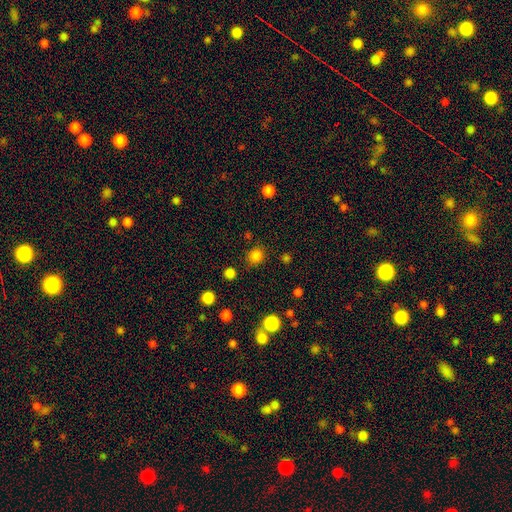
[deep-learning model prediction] smooth-or-featured: smooth: 82% | star or artifact: 15% | featured or disk: 4%
  how-rounded: round: 87% | in between: 12% | cigar-shaped: 1%
  merging: none: 85% | minor disturbance: 9% | major disturbance: 3% | merger: 3%